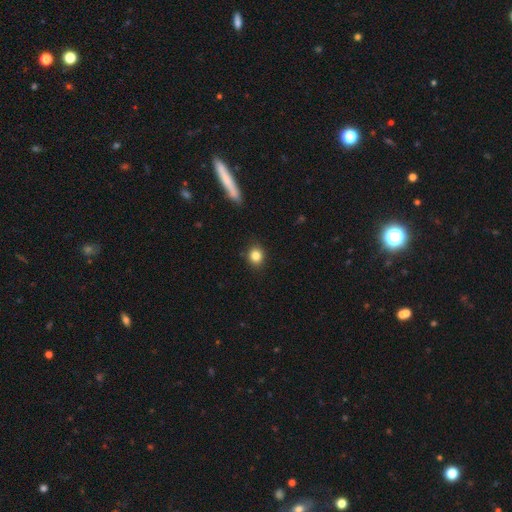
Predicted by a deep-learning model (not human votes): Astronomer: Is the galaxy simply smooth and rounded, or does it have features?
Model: smooth — 84%.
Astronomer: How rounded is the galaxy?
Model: round — 76%.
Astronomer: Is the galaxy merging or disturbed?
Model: none — 87%.